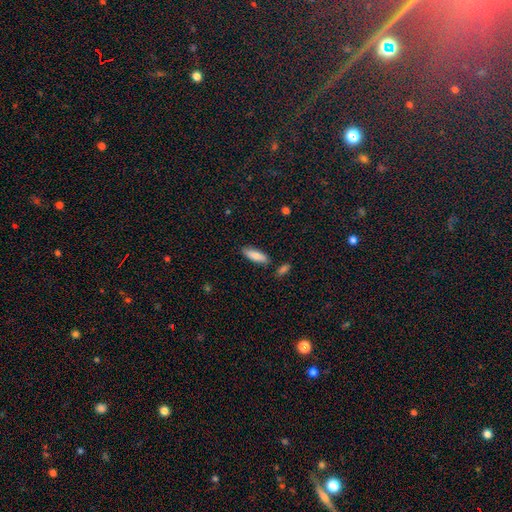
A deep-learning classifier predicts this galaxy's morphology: type=smooth (82%); roundness=in between (57%); merging=none (82%).